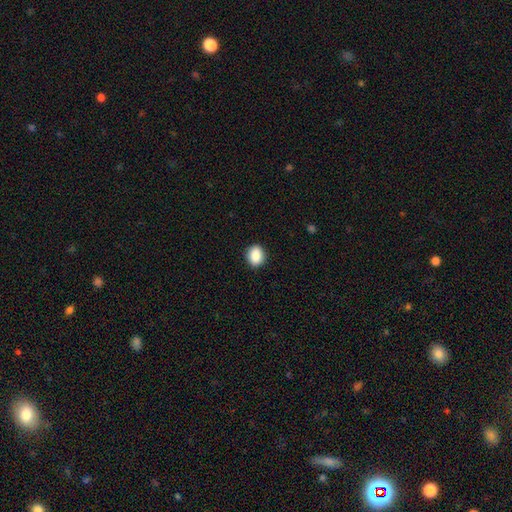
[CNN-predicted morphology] type=smooth (87%); roundness=round (52%); merging=none (90%).